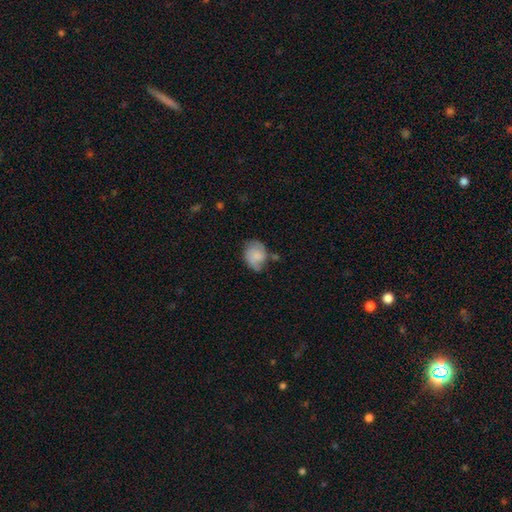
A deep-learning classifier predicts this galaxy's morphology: smooth_or_featured: smooth (p=0.63) [alt: featured or disk p=0.29]
how_rounded: in between (p=0.52) [alt: round p=0.47]
merging: none (p=0.48) [alt: minor disturbance p=0.33]